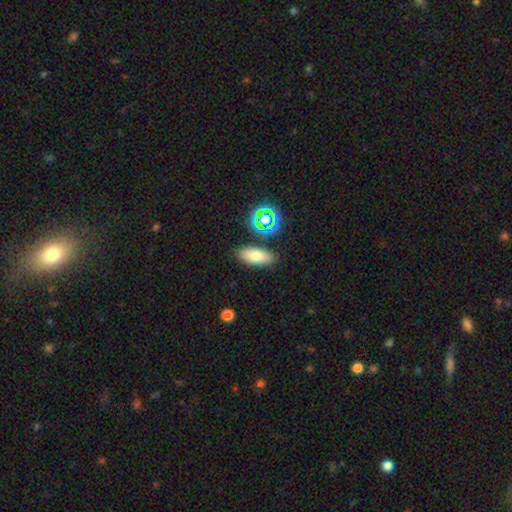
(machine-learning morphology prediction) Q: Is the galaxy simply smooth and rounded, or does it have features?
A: smooth — 75%.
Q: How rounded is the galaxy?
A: in between — 79%.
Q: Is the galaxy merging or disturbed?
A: none — 84%.